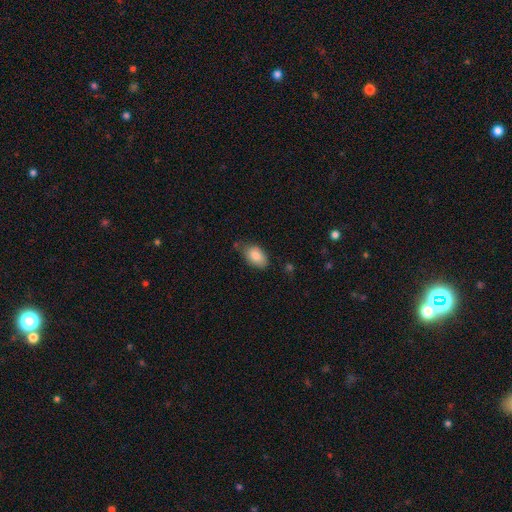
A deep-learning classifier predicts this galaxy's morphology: smooth 85%, featured or disk 8%, star or artifact 7%. Down the decision tree: how rounded — in between (91%); merging — none (66%).